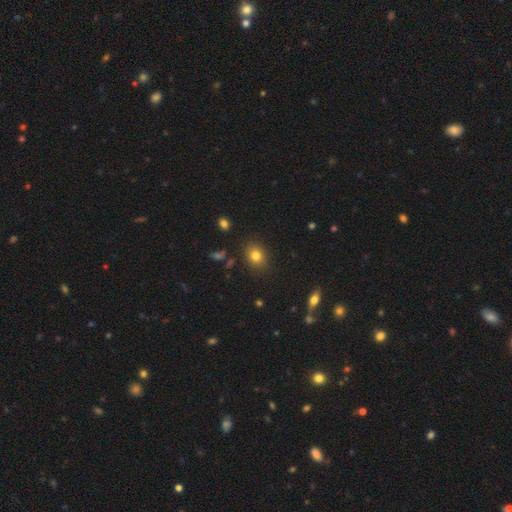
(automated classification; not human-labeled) A smooth galaxy with no disk features (80%) that is round (51%). Merging: none (86%).